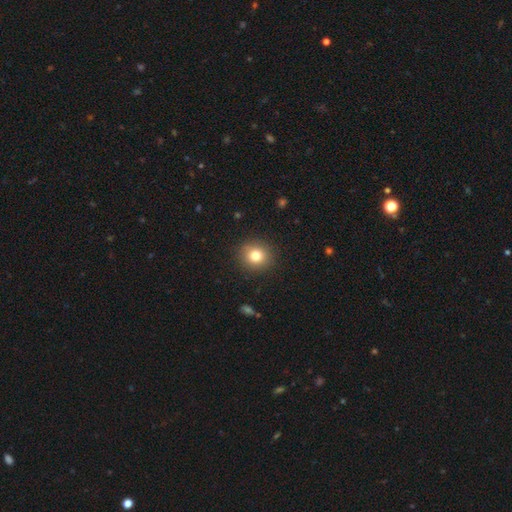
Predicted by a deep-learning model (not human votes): smooth 80%, star or artifact 11%, featured or disk 8%. Down the decision tree: how rounded — round (89%); merging — none (91%).